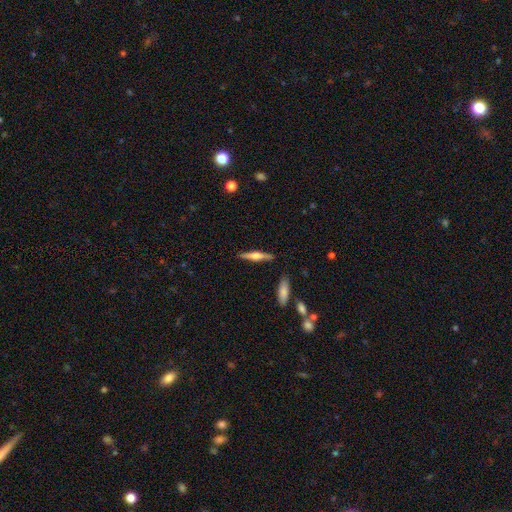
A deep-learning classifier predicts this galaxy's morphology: This appears to be a featured or disk galaxy (57%) viewed edge-on (96%) with a rounded central bulge (81%). Merging: none (87%).